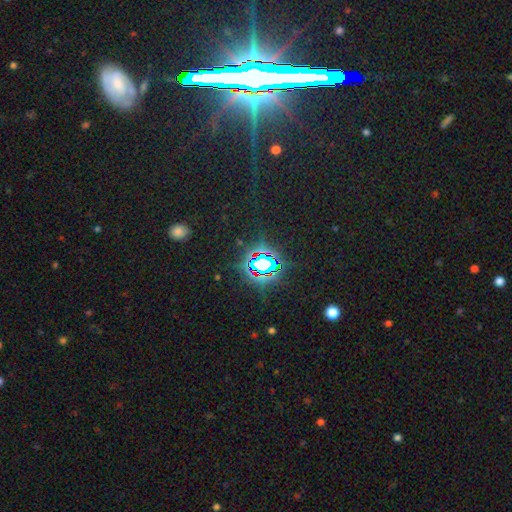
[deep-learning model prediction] star or artifact 82%, featured or disk 9%, smooth 9%.